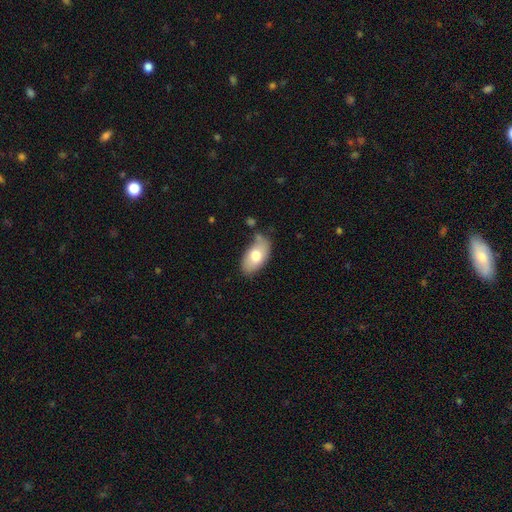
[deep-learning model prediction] Smooth or featured? Predicted: smooth (p=0.72). How rounded? Predicted: in between (p=0.94). Merging? Predicted: none (p=0.64).